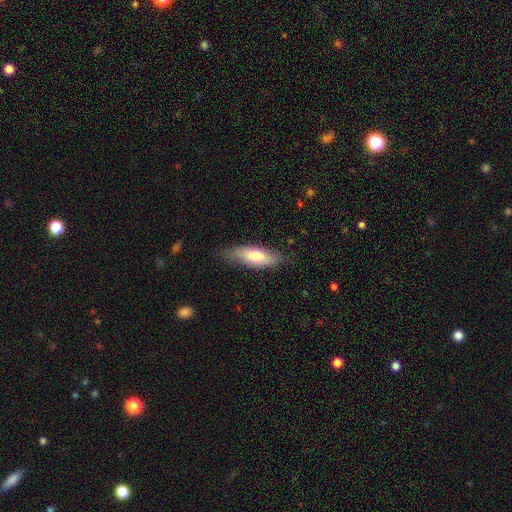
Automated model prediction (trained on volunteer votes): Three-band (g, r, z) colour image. It shows a smooth galaxy with no disk features (71%) that is in between round and cigar-shaped (62%). Merging: none (75%).